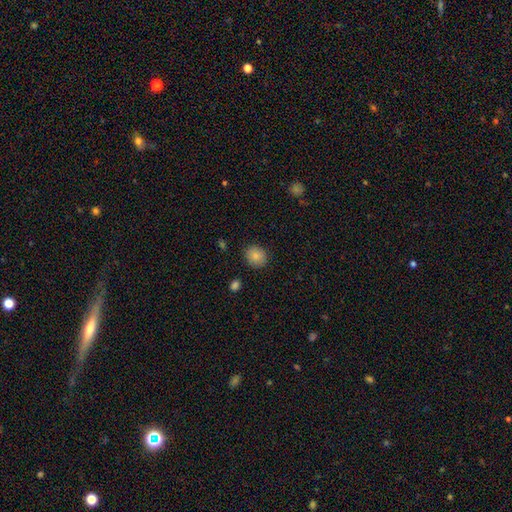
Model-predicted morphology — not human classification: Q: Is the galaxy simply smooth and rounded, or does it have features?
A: smooth — 85%.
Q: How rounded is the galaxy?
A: round — 80%.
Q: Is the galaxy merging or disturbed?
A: none — 88%.